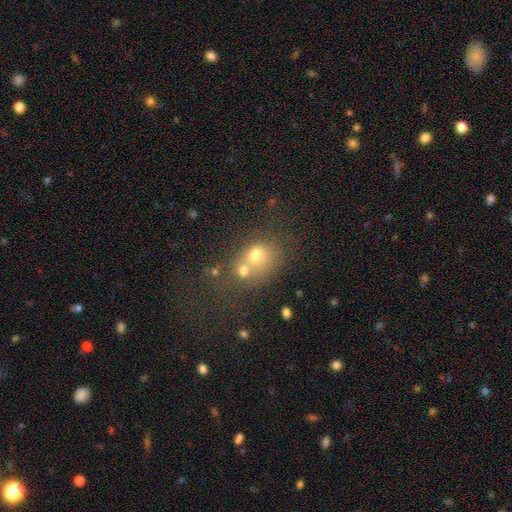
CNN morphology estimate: type=smooth (65%); roundness=round (59%); merging=merger (54%).